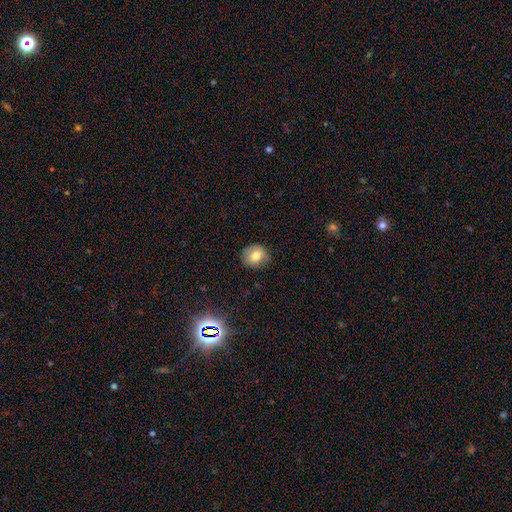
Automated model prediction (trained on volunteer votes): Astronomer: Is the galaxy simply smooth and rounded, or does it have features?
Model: smooth — 75%.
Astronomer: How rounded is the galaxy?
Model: round — 79%.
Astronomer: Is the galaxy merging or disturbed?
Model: none — 78%.